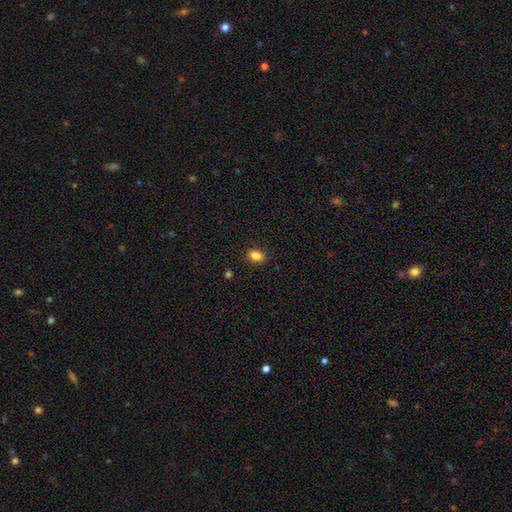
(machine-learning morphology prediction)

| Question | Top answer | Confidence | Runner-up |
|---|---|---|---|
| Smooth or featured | smooth | 85% | star or artifact (10%) |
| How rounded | in between | 78% | round (21%) |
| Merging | none | 88% | minor disturbance (9%) |